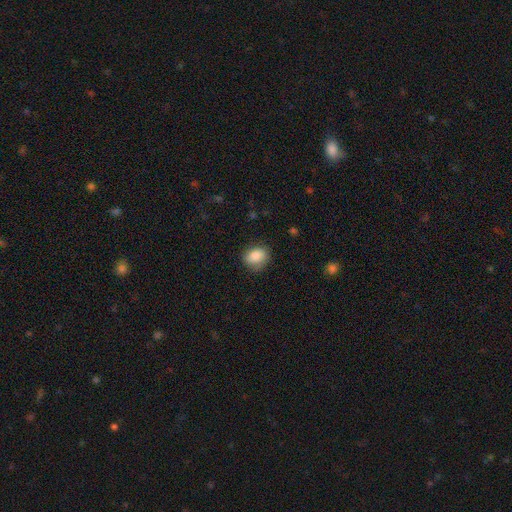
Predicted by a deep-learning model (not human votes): This appears to be a smooth galaxy with no disk features (85%) that is in between round and cigar-shaped (58%). Merging: none (74%).